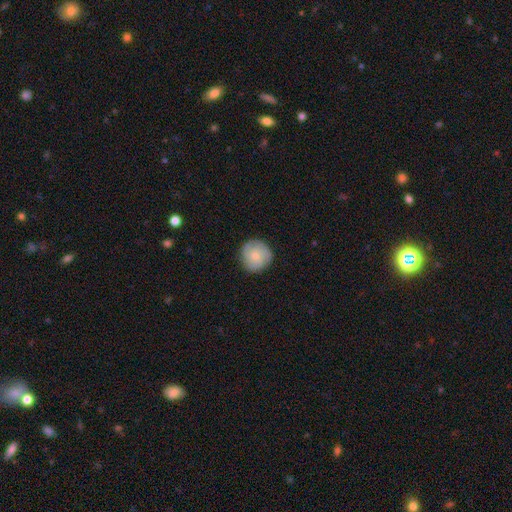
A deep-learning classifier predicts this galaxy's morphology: smooth_or_featured: smooth (p=0.61) [alt: featured or disk p=0.32]
how_rounded: round (p=0.92) [alt: in between p=0.07]
merging: none (p=0.82) [alt: minor disturbance p=0.13]